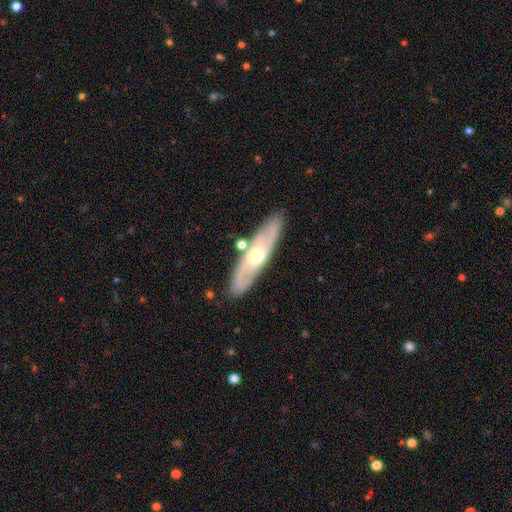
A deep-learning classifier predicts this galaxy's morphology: Q: Smooth or featured?
A: featured or disk (67%); runner-up: smooth (28%)
Q: Edge-on disk?
A: no (61%); runner-up: yes (39%)
Q: Merging?
A: none (81%); runner-up: minor disturbance (11%)